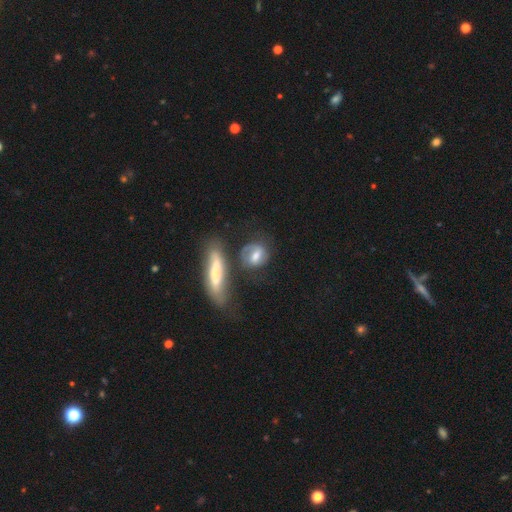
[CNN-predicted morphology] Q: Smooth or featured?
A: featured or disk (49%); runner-up: smooth (43%)
Q: Merging?
A: none (54%); runner-up: minor disturbance (19%)